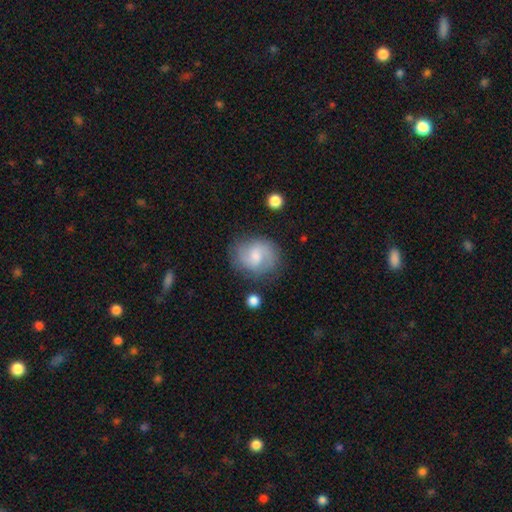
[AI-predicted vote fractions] Smooth or featured? featured or disk (64%)
Edge-on disk? no (98%)
Bar? weak (52%)
Spiral arms? yes (92%)
Spiral winding? medium (50%)
Spiral arm count? 2 (81%)
Bulge size? small (43%, tied with moderate)
Merging? none (75%)